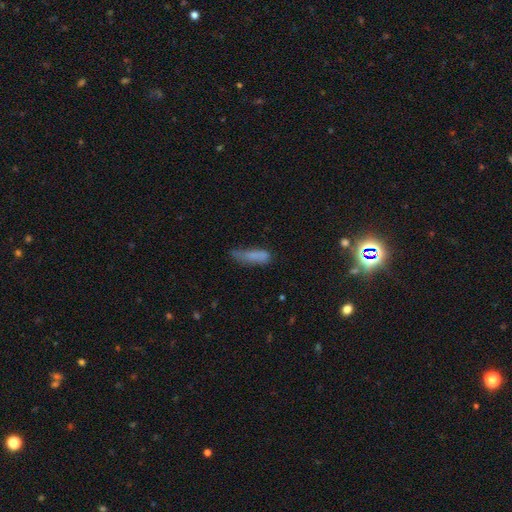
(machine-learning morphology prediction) This is likely a smooth galaxy (74%). How rounded: likely cigar-shaped (67%). Merging: marginally none (43%).